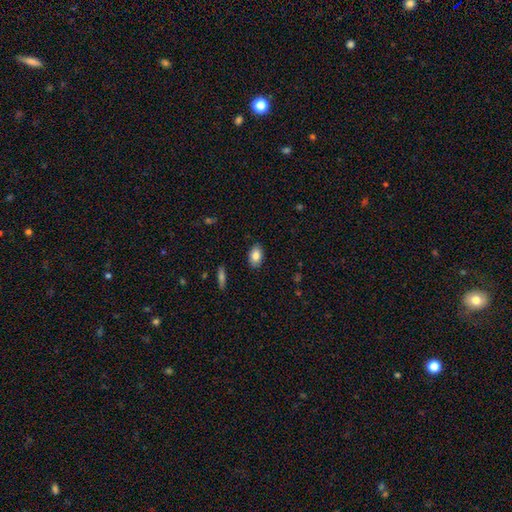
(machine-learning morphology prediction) Smooth or featured? smooth (84%)
How rounded? in between (88%)
Merging? none (87%)